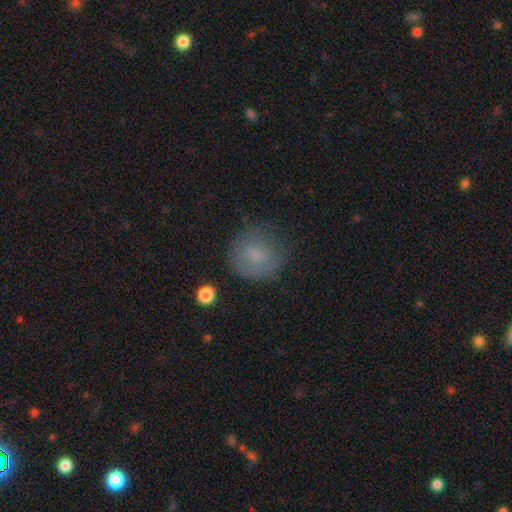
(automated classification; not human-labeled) This appears to be a smooth galaxy with no disk features (69%) that is round (83%). Merging: none (66%).